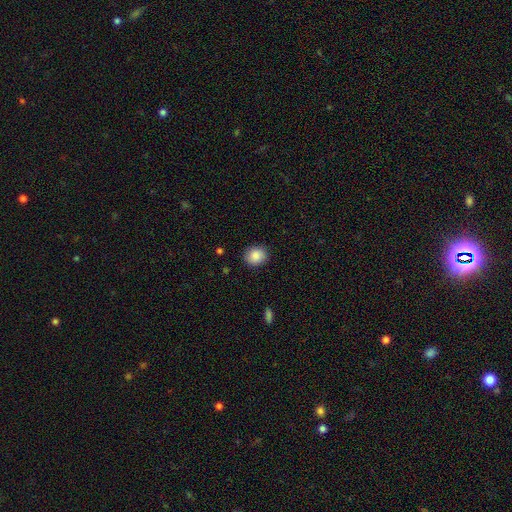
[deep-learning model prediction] This is clearly a smooth galaxy (88%). How rounded: likely round (70%). Merging: clearly none (89%).